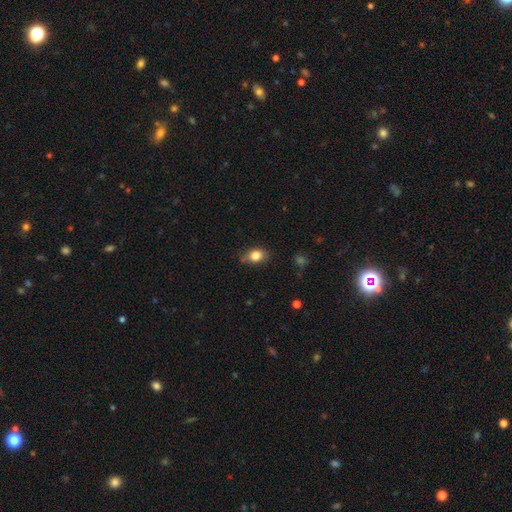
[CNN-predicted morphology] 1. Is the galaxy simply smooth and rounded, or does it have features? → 83% smooth, 8% star or artifact, 8% featured or disk.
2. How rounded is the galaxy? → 76% in between, 22% round, 2% cigar-shaped.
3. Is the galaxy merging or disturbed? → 77% none, 18% minor disturbance, 3% major disturbance, 2% merger.